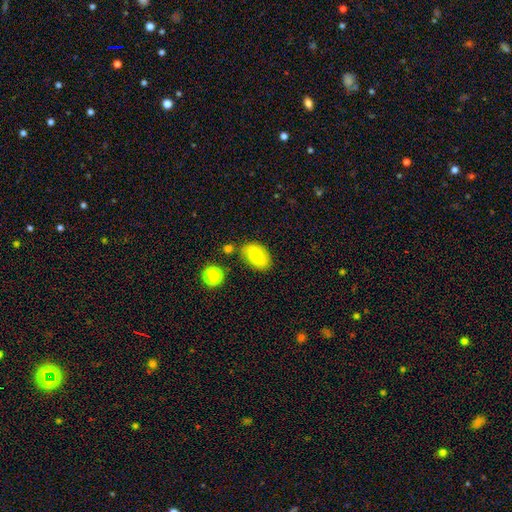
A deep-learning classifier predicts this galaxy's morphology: Overall: smooth (69%). How rounded: in between (87%). Merging: none (73%).